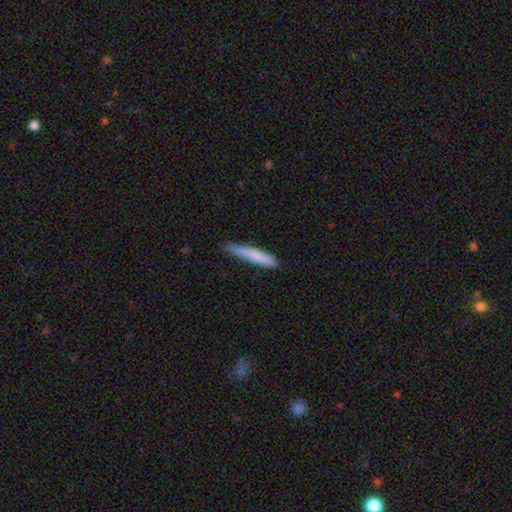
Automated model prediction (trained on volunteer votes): Q: Smooth or featured?
A: smooth (78%); runner-up: featured or disk (16%)
Q: How rounded?
A: cigar-shaped (93%); runner-up: in between (6%)
Q: Merging?
A: none (66%); runner-up: minor disturbance (28%)